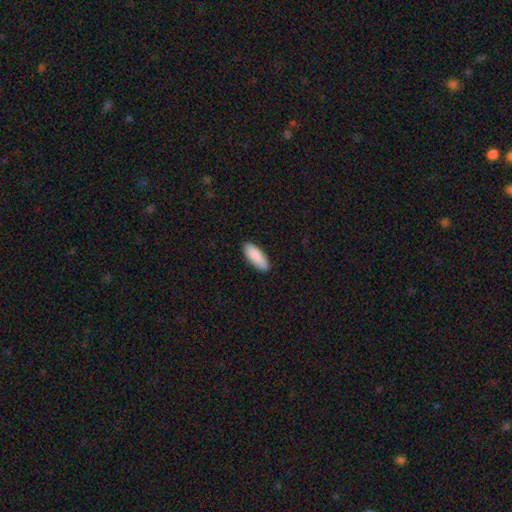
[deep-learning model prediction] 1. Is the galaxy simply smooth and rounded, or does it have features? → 90% smooth, 5% star or artifact, 4% featured or disk.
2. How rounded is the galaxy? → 67% in between, 32% cigar-shaped, 2% round.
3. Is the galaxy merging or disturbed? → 89% none, 9% minor disturbance, 2% major disturbance, 1% merger.